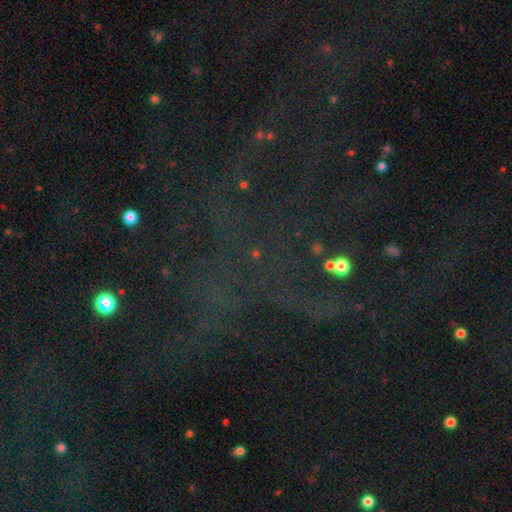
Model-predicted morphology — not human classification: A star or artifact, not a galaxy (74%).

Vote fractions:
- Smooth or featured? star or artifact: 74% / smooth: 14% / featured or disk: 12%